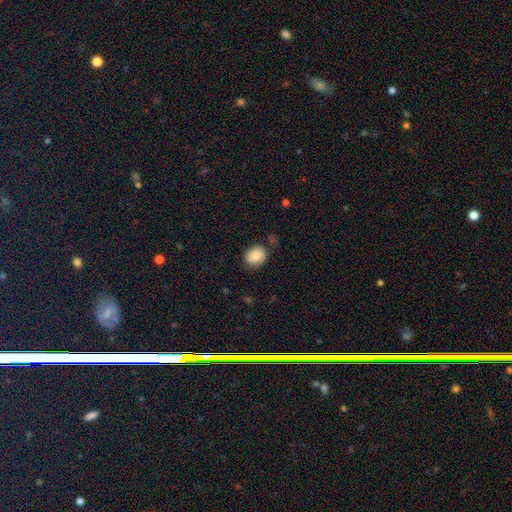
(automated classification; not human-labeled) This is clearly a smooth galaxy (82%). How rounded: likely round (63%). Merging: likely none (77%).